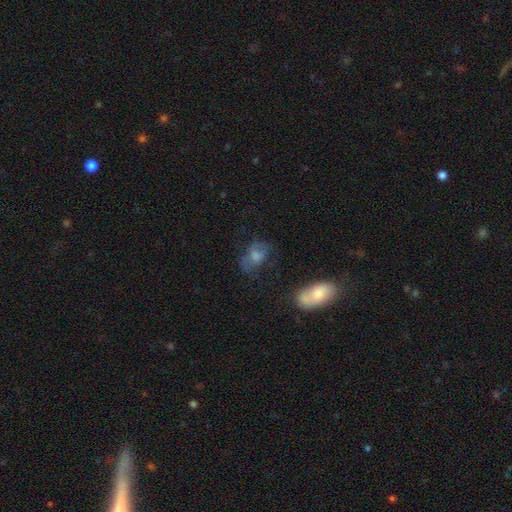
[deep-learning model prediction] Morphology: type=smooth (52%); roundness=in between (77%); merging=none (46%).